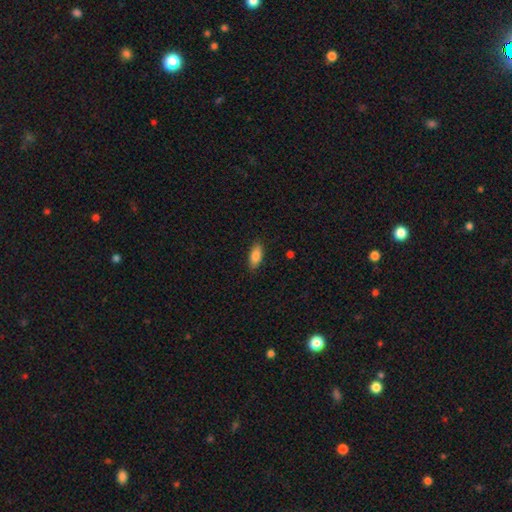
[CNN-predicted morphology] Smooth or featured? Predicted: smooth (p=0.85). How rounded? Predicted: in between (p=0.82). Merging? Predicted: none (p=0.88).